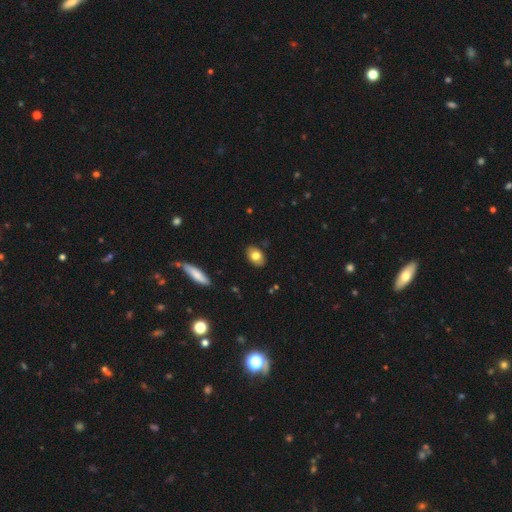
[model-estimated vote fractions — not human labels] This appears to be a smooth galaxy with no disk features (78%) that is in between round and cigar-shaped (82%). Merging: none (86%).